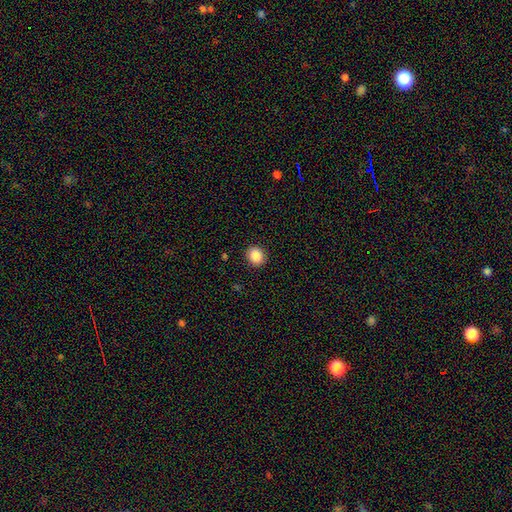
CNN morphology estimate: smooth 87%, star or artifact 9%, featured or disk 4%. Down the decision tree: how rounded — round (73%); merging — none (91%).